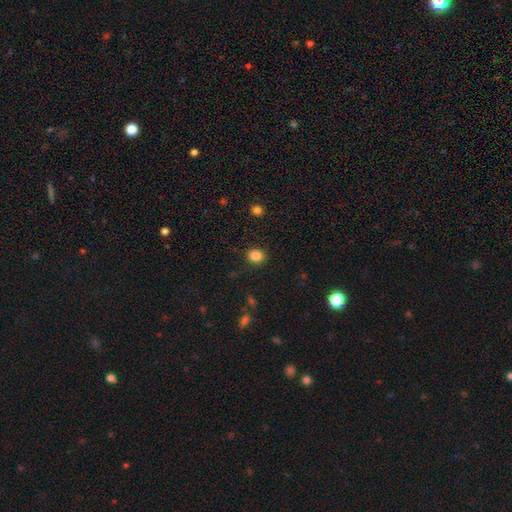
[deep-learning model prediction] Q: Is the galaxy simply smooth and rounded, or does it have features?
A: smooth — 84%.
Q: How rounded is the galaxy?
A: round — 77%.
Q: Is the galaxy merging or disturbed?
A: none — 89%.